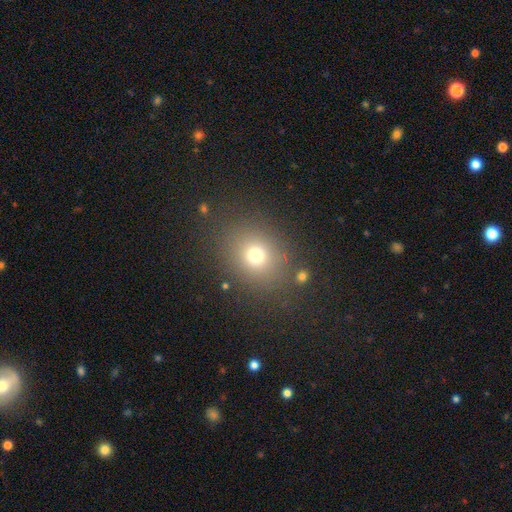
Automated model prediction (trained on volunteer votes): smooth 71%, star or artifact 19%, featured or disk 10%. Down the decision tree: how rounded — round (71%); merging — none (83%).